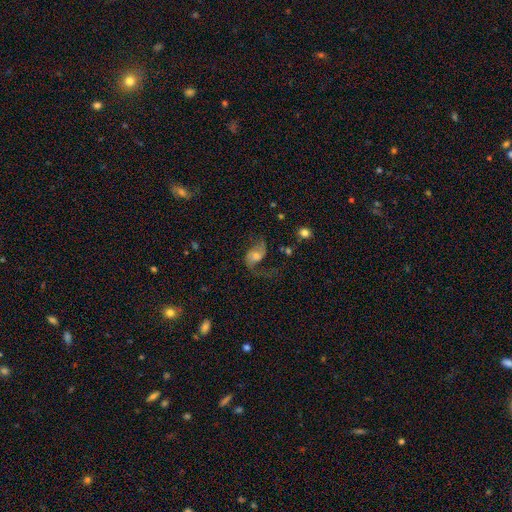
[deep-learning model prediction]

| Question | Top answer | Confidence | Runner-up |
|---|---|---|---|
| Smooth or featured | featured or disk | 75% | smooth (17%) |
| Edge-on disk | no | 97% | yes (3%) |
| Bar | no | 57% | weak (33%) |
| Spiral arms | yes | 92% | no (8%) |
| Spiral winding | loose | 71% | medium (23%) |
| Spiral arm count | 2 | 86% | 1 (8%) |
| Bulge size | moderate | 56% | small (32%) |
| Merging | none | 54% | major disturbance (25%) |